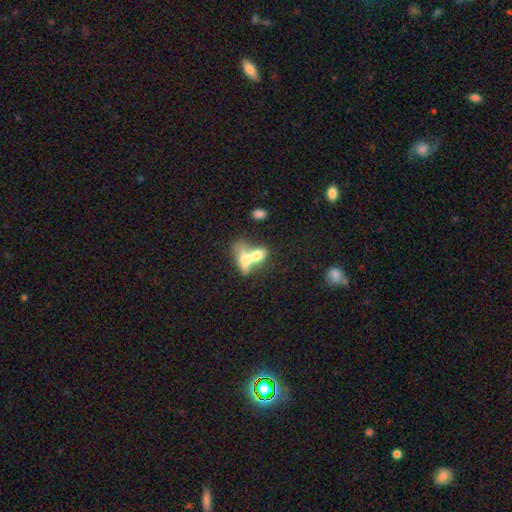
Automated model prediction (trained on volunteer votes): Overall: smooth (59%; featured or disk 32%). How rounded: in between (78%). Merging: merger (72%).